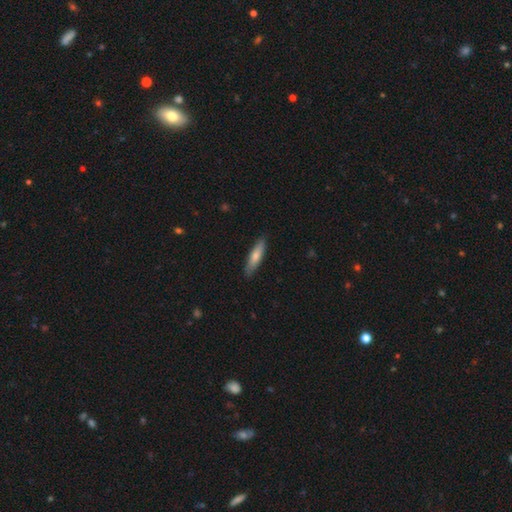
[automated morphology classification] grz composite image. It shows a smooth galaxy with no disk features (72%) that is cigar-shaped (76%). Merging: none (87%).